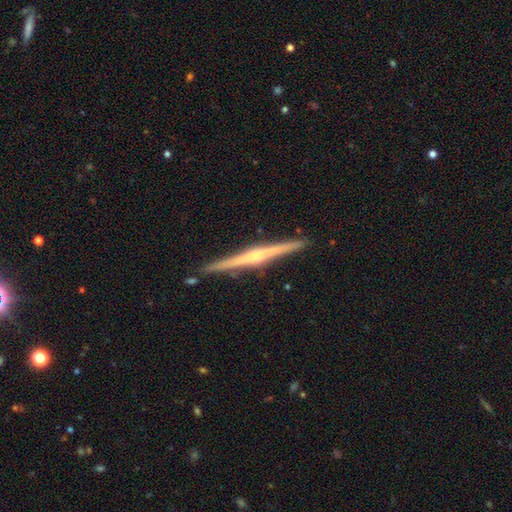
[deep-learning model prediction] Smooth or featured: featured or disk — 81% (smooth — 14%)
Edge-on disk: yes — 99% (no — 1%)
Edge-on bulge: rounded — 72% (none — 17%)
Merging: none — 91% (minor disturbance — 6%)